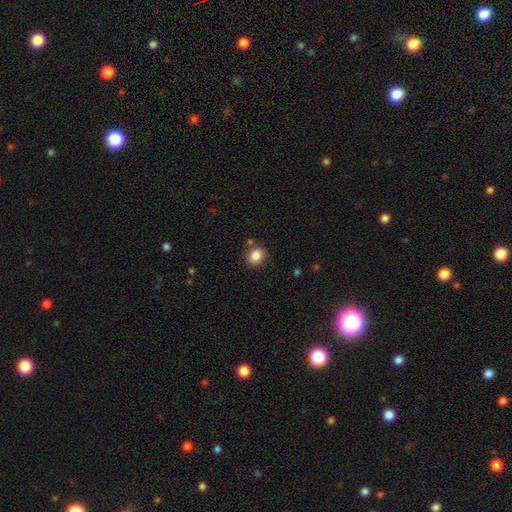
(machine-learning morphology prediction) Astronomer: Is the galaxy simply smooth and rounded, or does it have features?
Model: smooth — 85%.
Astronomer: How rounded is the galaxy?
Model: round — 64%.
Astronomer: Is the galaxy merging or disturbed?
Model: none — 79%.